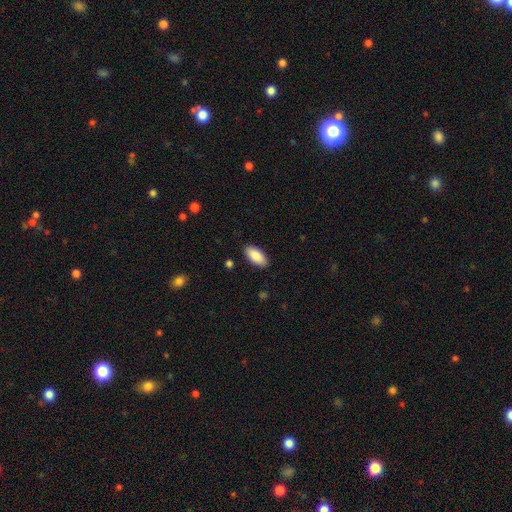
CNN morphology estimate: Smooth or featured? Predicted: smooth (p=0.87). How rounded? Predicted: in between (p=0.92). Merging? Predicted: none (p=0.88).